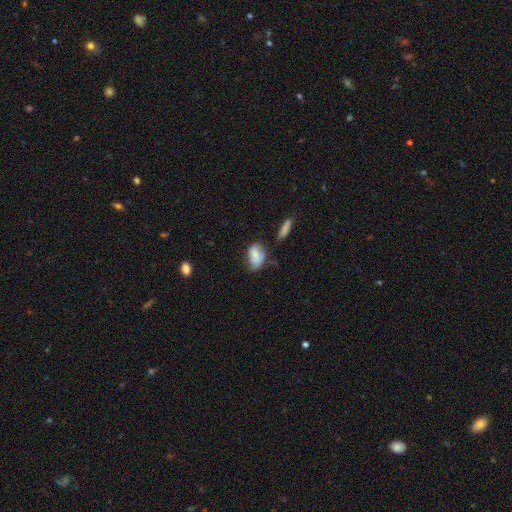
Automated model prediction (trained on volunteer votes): Q: Smooth or featured?
A: smooth (77%); runner-up: featured or disk (15%)
Q: How rounded?
A: in between (85%); runner-up: round (13%)
Q: Merging?
A: none (47%); runner-up: minor disturbance (34%)